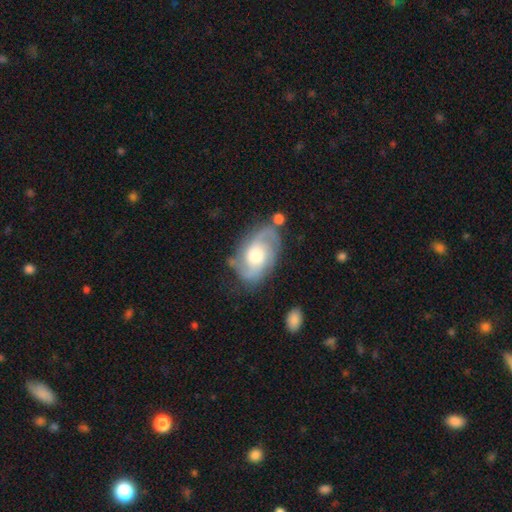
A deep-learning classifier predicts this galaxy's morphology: smooth_or_featured: featured or disk (p=0.82) [alt: smooth p=0.13]
disk_edge_on: no (p=0.97) [alt: yes p=0.03]
bar: no (p=0.63) [alt: weak p=0.32]
has_spiral_arms: yes (p=0.95) [alt: no p=0.05]
spiral_winding: medium (p=0.49) [alt: tight p=0.32]
spiral_arm_count: 2 (p=0.67) [alt: 3 p=0.14]
bulge_size: moderate (p=0.57) [alt: large p=0.29]
merging: none (p=0.67) [alt: minor disturbance p=0.21]